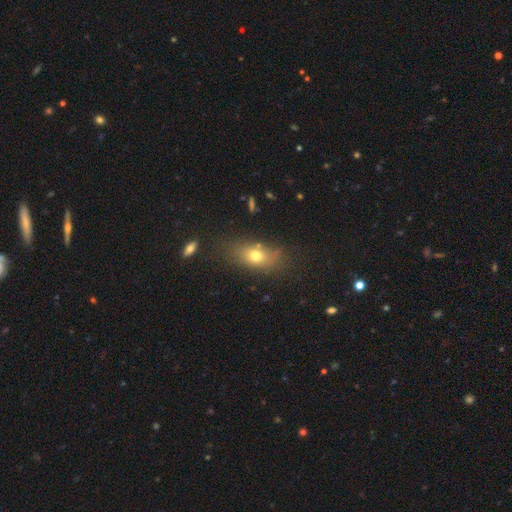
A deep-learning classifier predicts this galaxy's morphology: This appears to be a smooth galaxy with no disk features (70%) that is in between round and cigar-shaped (73%). Merging: none (70%).